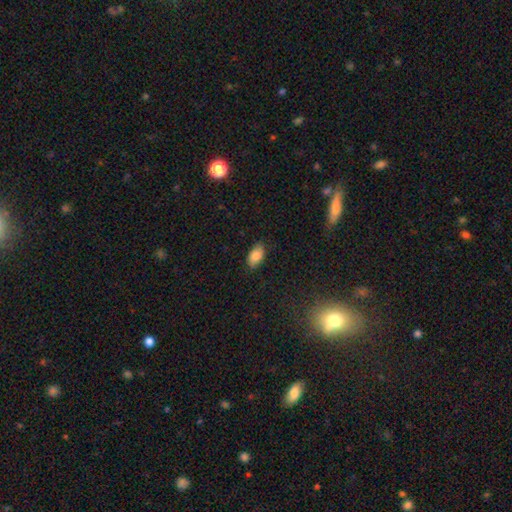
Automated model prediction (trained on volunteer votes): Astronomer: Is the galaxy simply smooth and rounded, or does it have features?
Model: smooth — 84%.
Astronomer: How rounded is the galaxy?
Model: in between — 92%.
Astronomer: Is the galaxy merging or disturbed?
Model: none — 84%.